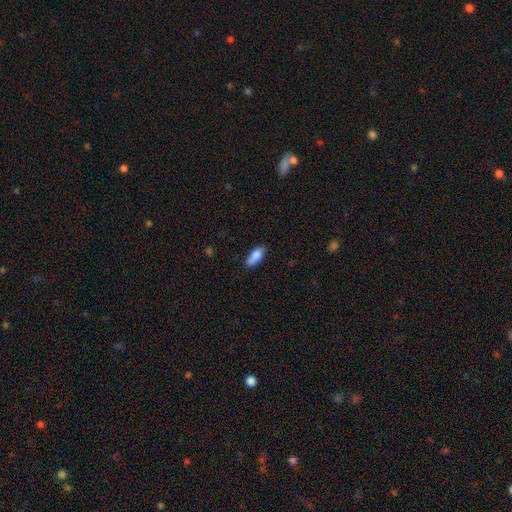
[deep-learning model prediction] Smooth or featured? Predicted: smooth (p=0.86). How rounded? Predicted: in between (p=0.84). Merging? Predicted: none (p=0.72).